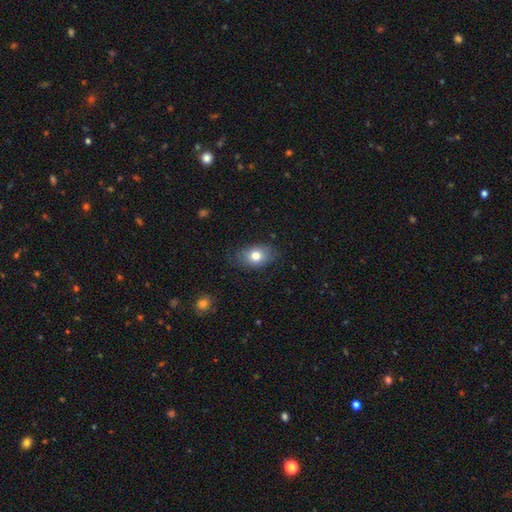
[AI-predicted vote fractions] This appears to be a smooth galaxy with no disk features (78%) that is in between round and cigar-shaped (78%). Merging: none (78%).